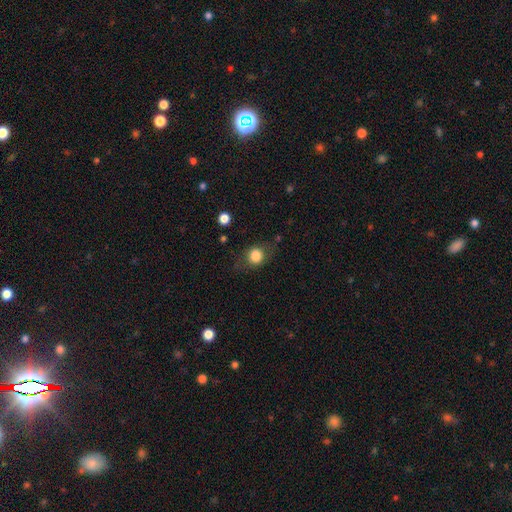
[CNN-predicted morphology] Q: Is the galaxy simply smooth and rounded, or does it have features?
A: smooth — 79%.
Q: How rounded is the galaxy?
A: round — 67%.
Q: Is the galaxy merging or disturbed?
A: none — 71%.